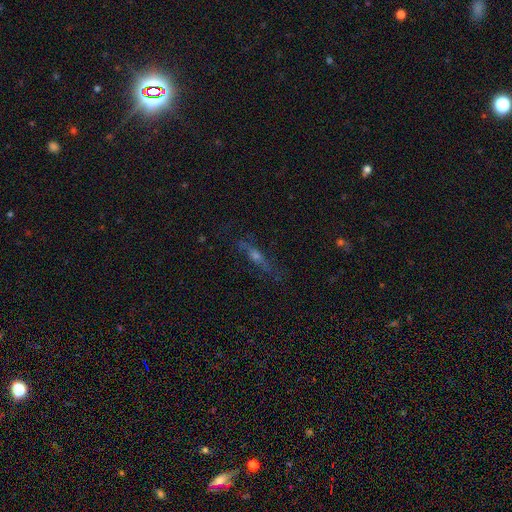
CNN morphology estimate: featured or disk 57%, smooth 25%, star or artifact 18%. Down the decision tree: edge-on disk — yes (80%); merging — none (74%).